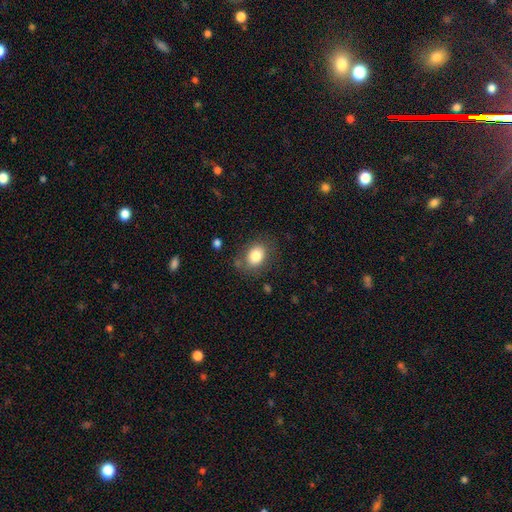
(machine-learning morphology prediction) A smooth galaxy with no disk features (82%) that is in between round and cigar-shaped (62%).

Vote fractions:
- Smooth or featured? smooth: 82% / featured or disk: 9% / star or artifact: 9%
- How rounded? in between: 62% / round: 37% / cigar-shaped: 1%
- Merging? none: 77% / minor disturbance: 15% / major disturbance: 5% / merger: 3%